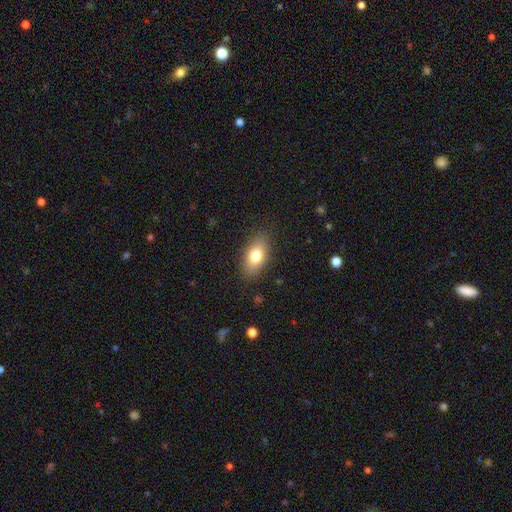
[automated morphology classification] Smooth or featured? Predicted: smooth (p=0.76). How rounded? Predicted: in between (p=0.85). Merging? Predicted: none (p=0.85).